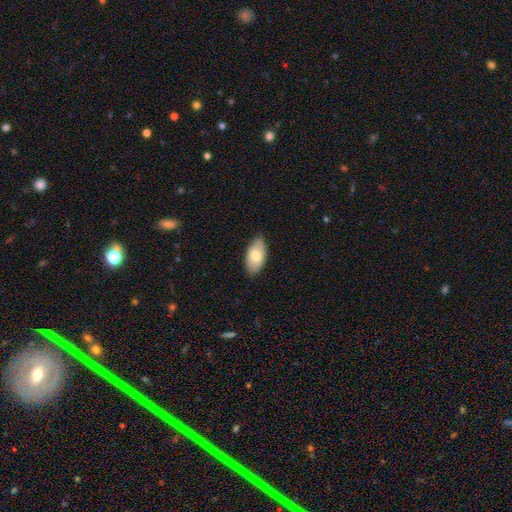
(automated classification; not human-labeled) This is likely a smooth galaxy (74%). How rounded: clearly in between (94%). Merging: clearly none (84%).